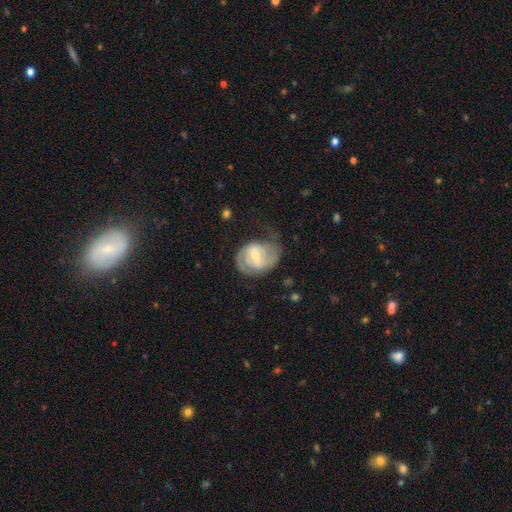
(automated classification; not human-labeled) Morphology: type=featured or disk (76%); edge-on=no (97%); bar=weak (56%); spiral arms=yes (89%); winding=medium (44%); arm count=2 (72%); bulge=small (50%); merging=none (51%).